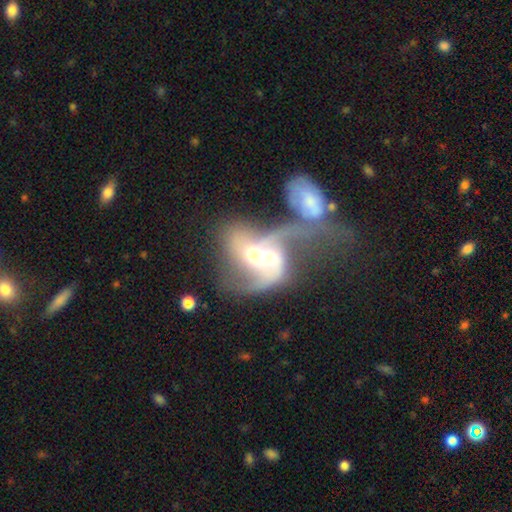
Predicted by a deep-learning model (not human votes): This appears to be a featured or disk galaxy (72%) with no bar (61%), 2 (64%) loose (59%) spiral arms (80%) and a moderate central bulge (63%). Merging: merger (80%).